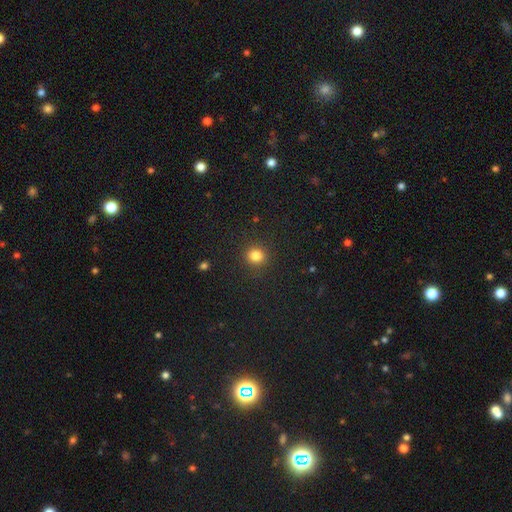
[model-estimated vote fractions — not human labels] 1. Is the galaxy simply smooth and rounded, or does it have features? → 83% smooth, 13% star or artifact, 5% featured or disk.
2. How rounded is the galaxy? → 84% round, 15% in between, 1% cigar-shaped.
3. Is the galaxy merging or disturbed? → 90% none, 7% minor disturbance, 2% major disturbance, 1% merger.